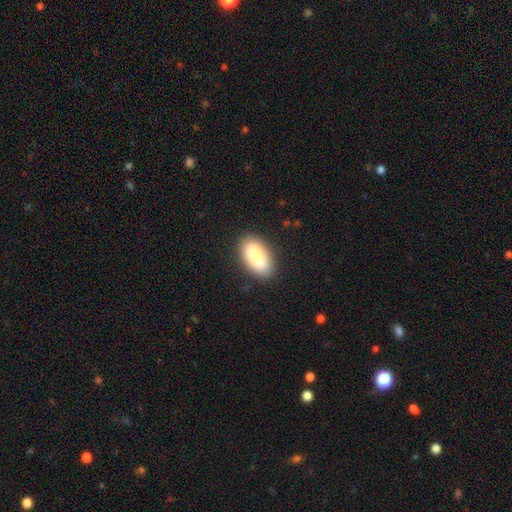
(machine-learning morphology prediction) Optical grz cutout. It shows a smooth galaxy with no disk features (73%) that is in between round and cigar-shaped (89%). Merging: none (86%).